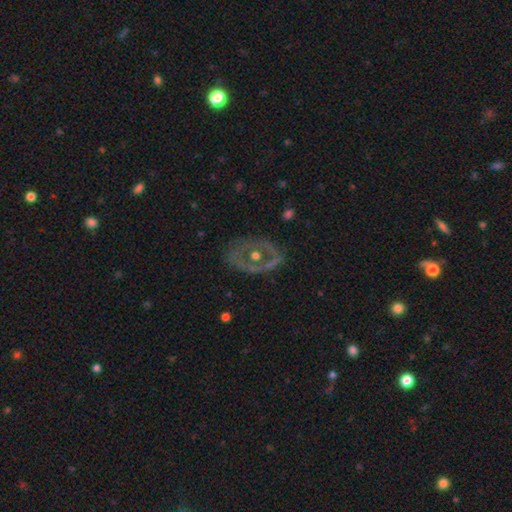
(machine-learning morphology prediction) This appears to be a featured or disk galaxy (65%) with no bar (86%), no spiral arms (85%) and a moderate central bulge (75%). Merging: none (66%).